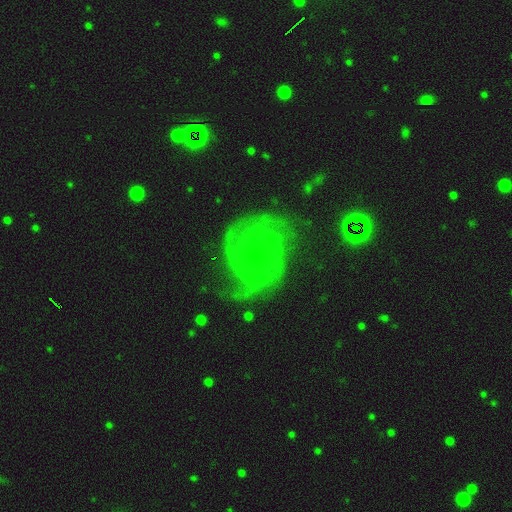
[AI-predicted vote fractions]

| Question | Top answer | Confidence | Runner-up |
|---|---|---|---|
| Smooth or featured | featured or disk | 84% | star or artifact (9%) |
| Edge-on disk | no | 98% | yes (2%) |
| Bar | no | 70% | weak (25%) |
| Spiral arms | yes | 96% | no (4%) |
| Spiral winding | tight | 58% | medium (35%) |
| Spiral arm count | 2 | 30% | 3 (27%) |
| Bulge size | small | 77% | moderate (18%) |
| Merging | none | 68% | minor disturbance (19%) |